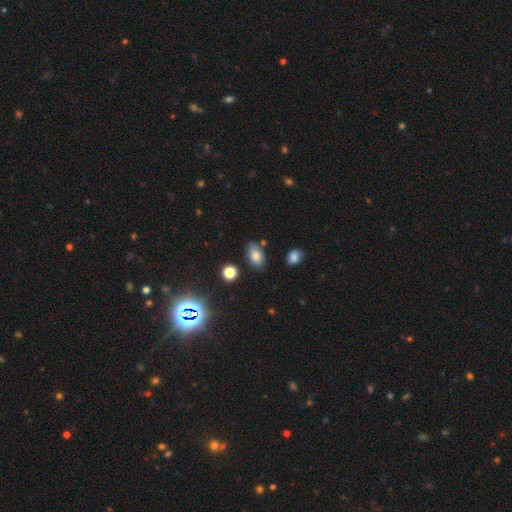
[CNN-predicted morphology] smooth 79%, star or artifact 11%, featured or disk 10%. Down the decision tree: how rounded — in between (91%); merging — none (77%).